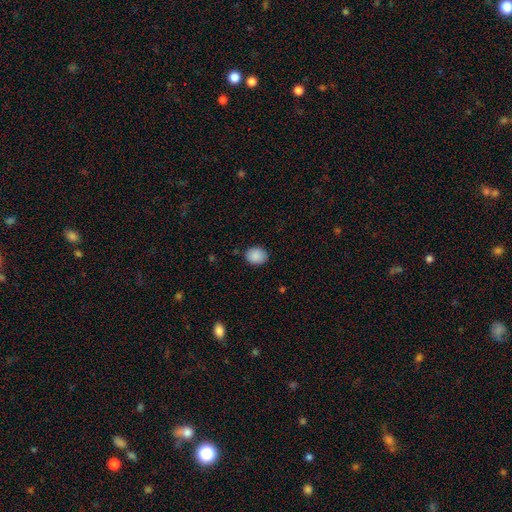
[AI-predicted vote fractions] smooth_or_featured: smooth (p=0.89) [alt: star or artifact p=0.07]
how_rounded: round (p=0.55) [alt: in between p=0.44]
merging: none (p=0.85) [alt: minor disturbance p=0.11]